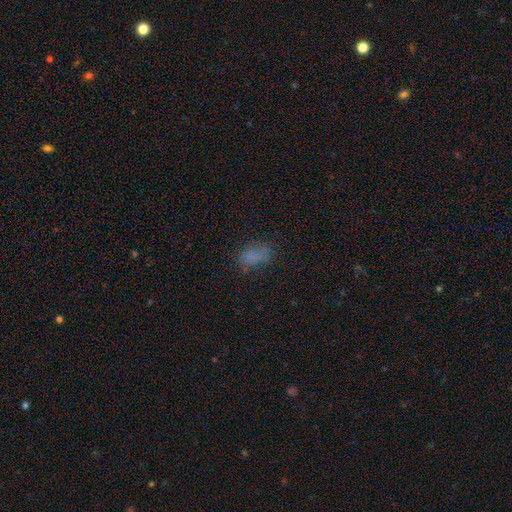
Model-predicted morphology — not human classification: Smooth or featured? smooth (74%)
How rounded? in between (88%)
Merging? none (67%)